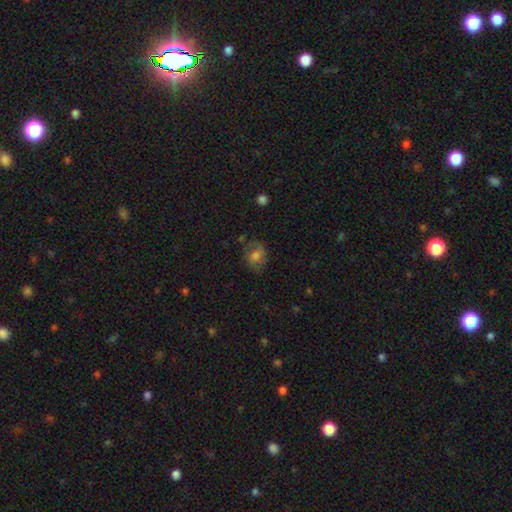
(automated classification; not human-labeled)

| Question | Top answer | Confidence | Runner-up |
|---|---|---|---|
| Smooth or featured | smooth | 61% | featured or disk (28%) |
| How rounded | in between | 55% | round (44%) |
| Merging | none | 62% | minor disturbance (23%) |